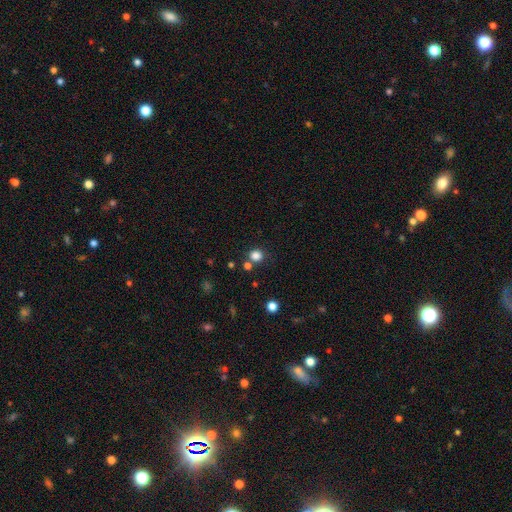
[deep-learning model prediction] smooth 82%, star or artifact 14%, featured or disk 4%. Down the decision tree: how rounded — round (86%); merging — none (74%).